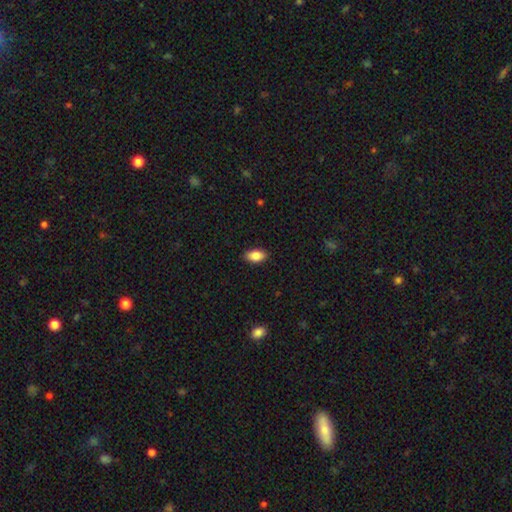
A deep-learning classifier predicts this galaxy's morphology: smooth_or_featured: smooth (p=0.87) [alt: star or artifact p=0.08]
how_rounded: in between (p=0.92) [alt: round p=0.05]
merging: none (p=0.88) [alt: minor disturbance p=0.09]